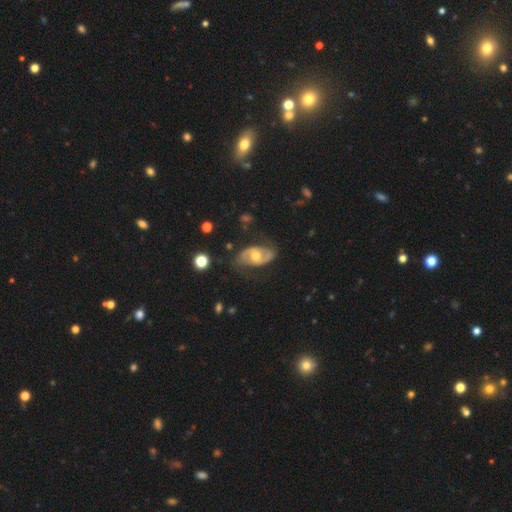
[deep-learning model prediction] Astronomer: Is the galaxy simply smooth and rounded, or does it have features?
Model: featured or disk — 77%.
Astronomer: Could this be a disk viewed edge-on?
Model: no — 95%.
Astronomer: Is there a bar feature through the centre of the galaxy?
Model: no — 61%.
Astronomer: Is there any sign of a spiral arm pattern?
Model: yes — 84%.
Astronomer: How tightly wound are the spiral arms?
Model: medium — 45% (runner-up: loose, 33%).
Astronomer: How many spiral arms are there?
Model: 2 — 88%.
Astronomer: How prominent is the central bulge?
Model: moderate — 75%.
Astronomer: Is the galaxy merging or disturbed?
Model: none — 71%.